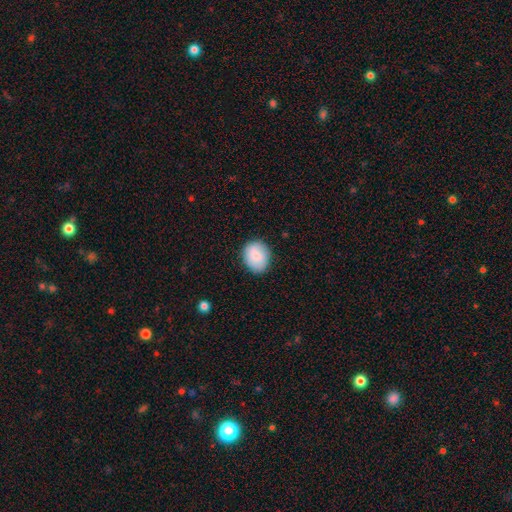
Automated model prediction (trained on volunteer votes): Smooth or featured? smooth (87%)
How rounded? round (58%)
Merging? none (85%)